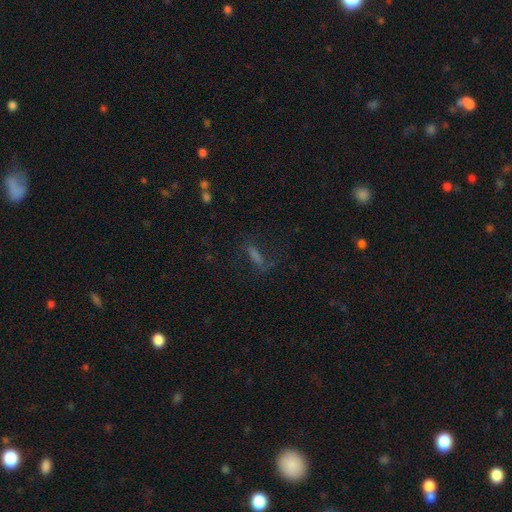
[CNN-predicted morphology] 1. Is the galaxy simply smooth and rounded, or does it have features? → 48% smooth, 26% star or artifact, 25% featured or disk.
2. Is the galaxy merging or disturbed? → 63% none, 18% minor disturbance, 17% major disturbance, 3% merger.